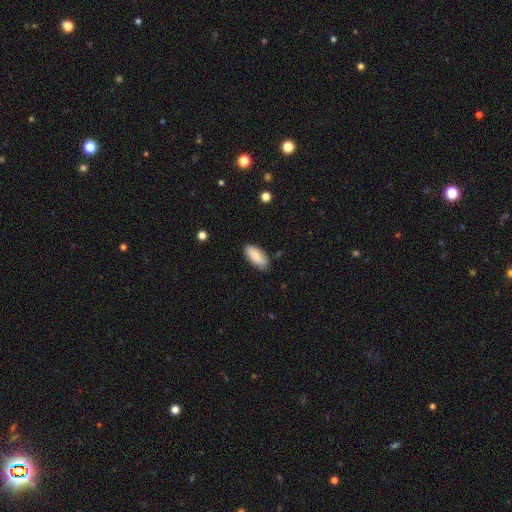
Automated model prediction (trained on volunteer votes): Overall: smooth (82%). How rounded: in between (89%). Merging: none (80%).